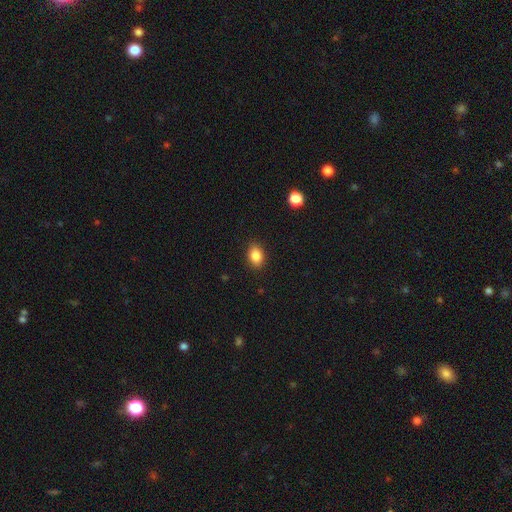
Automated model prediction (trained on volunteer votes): Q: Smooth or featured?
A: smooth (86%); runner-up: star or artifact (9%)
Q: How rounded?
A: in between (75%); runner-up: round (23%)
Q: Merging?
A: none (88%); runner-up: minor disturbance (9%)